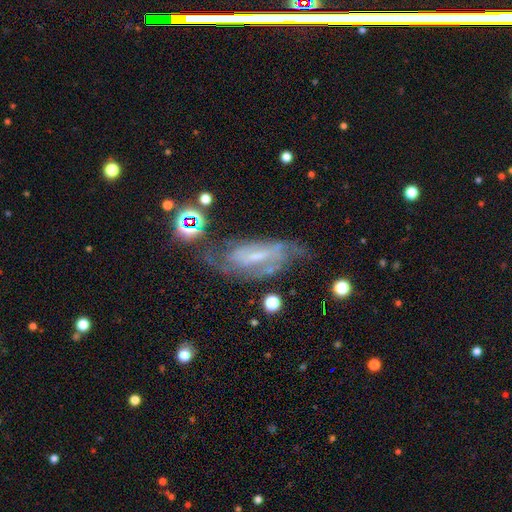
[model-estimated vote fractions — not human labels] Q: Smooth or featured?
A: featured or disk (76%); runner-up: smooth (14%)
Q: Edge-on disk?
A: no (90%); runner-up: yes (10%)
Q: Bar?
A: weak (47%); runner-up: strong (27%)
Q: Spiral arms?
A: yes (88%); runner-up: no (12%)
Q: Spiral winding?
A: medium (43%); runner-up: tight (41%)
Q: Spiral arm count?
A: 2 (46%); runner-up: can't tell (34%)
Q: Bulge size?
A: small (55%); runner-up: moderate (25%)
Q: Merging?
A: none (55%); runner-up: minor disturbance (23%)